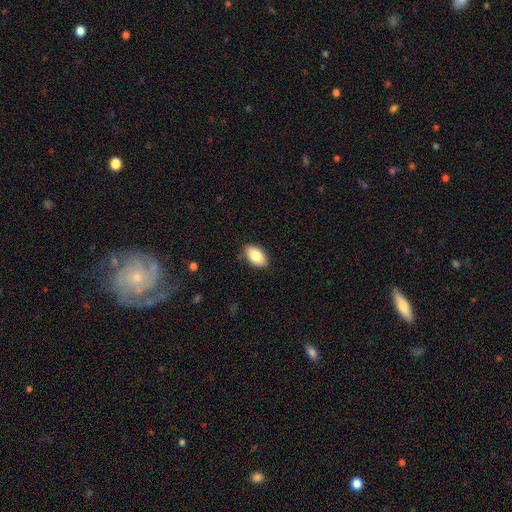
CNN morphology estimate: smooth 85%, featured or disk 8%, star or artifact 7%. Down the decision tree: how rounded — in between (94%); merging — none (86%).